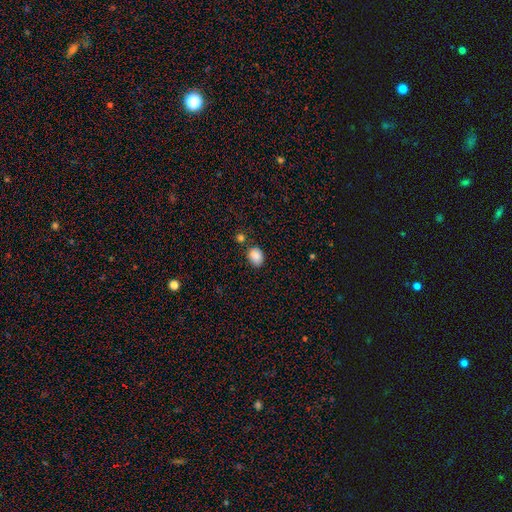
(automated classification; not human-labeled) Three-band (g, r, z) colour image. It shows a smooth galaxy with no disk features (87%) that is in between round and cigar-shaped (66%). Merging: none (74%).